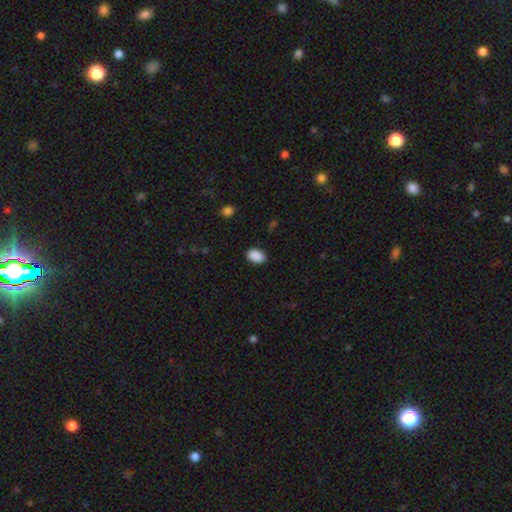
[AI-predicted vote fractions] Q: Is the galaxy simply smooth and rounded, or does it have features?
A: smooth — 90%.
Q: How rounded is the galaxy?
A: in between — 85%.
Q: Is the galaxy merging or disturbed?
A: none — 88%.